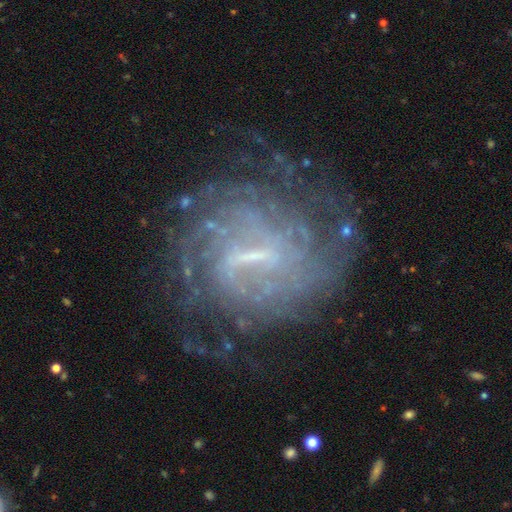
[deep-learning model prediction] Morphology: type=featured or disk (84%); edge-on=no (97%); bar=weak (51%); spiral arms=yes (89%); winding=tight (64%); arm count=can't tell (49%); bulge=small (56%); merging=none (73%).